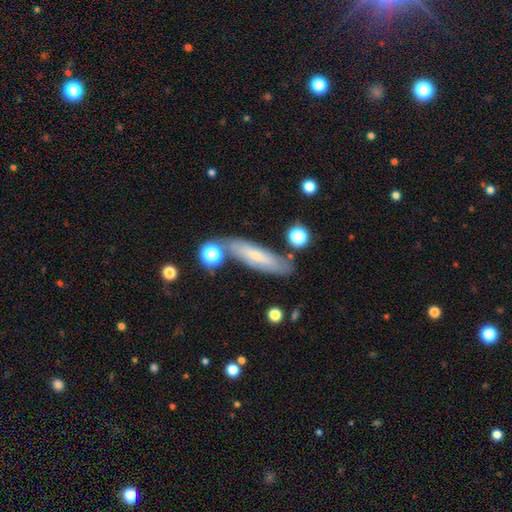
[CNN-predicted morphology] Overall: smooth (56%; featured or disk 36%). How rounded: cigar-shaped (71%). Merging: none (73%).